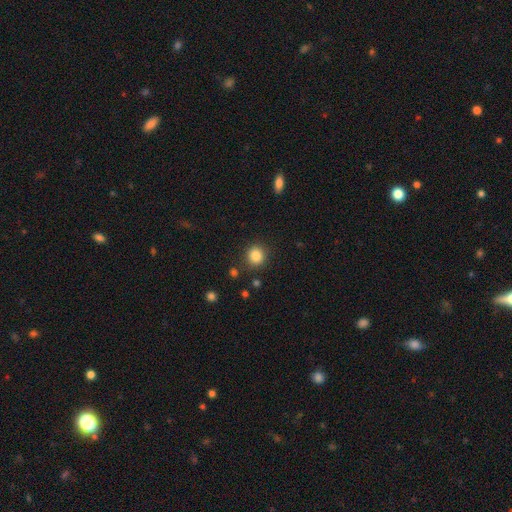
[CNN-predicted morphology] A smooth galaxy with no disk features (85%) that is round (89%).

Vote fractions:
- Smooth or featured? smooth: 85% / star or artifact: 11% / featured or disk: 4%
- How rounded? round: 89% / in between: 10% / cigar-shaped: 1%
- Merging? none: 86% / minor disturbance: 8% / major disturbance: 3% / merger: 3%